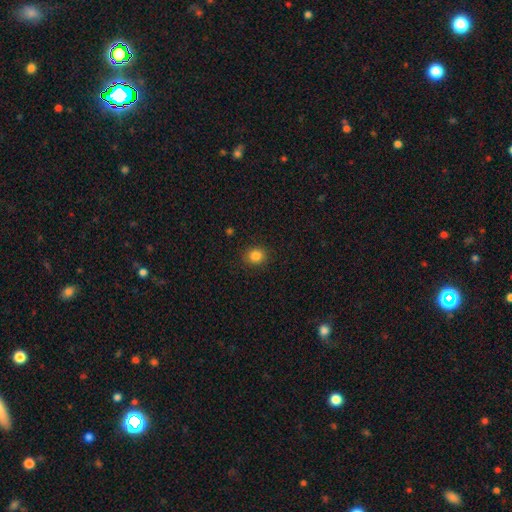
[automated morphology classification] Smooth or featured: smooth — 84% (star or artifact — 11%)
How rounded: round — 76% (in between — 23%)
Merging: none — 89% (minor disturbance — 7%)